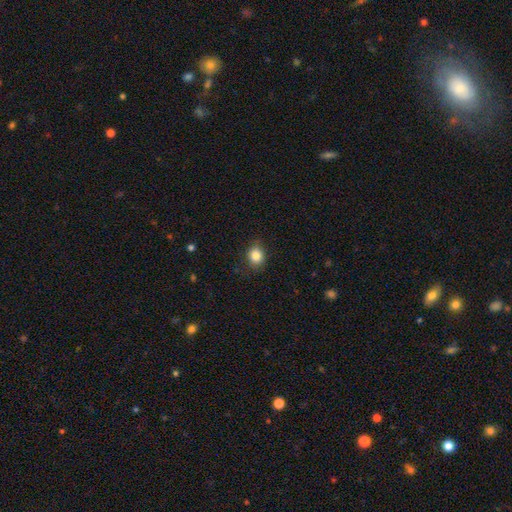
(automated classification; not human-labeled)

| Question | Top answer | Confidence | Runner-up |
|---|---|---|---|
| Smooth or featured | smooth | 85% | star or artifact (10%) |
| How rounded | round | 60% | in between (39%) |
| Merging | none | 83% | minor disturbance (13%) |